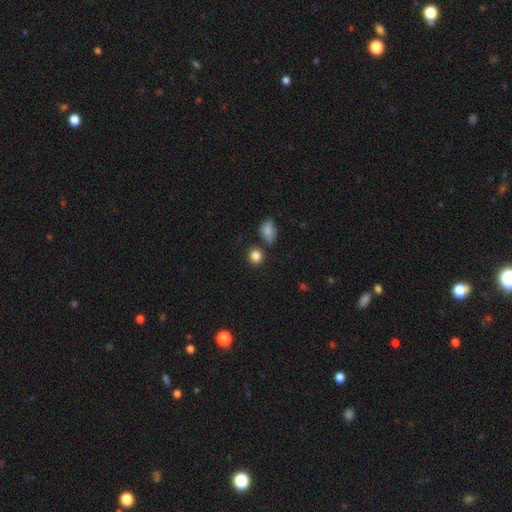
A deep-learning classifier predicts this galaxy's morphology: Smooth or featured?
  - smooth: 85% *
  - star or artifact: 10%
  - featured or disk: 4%
How rounded?
  - round: 77% *
  - in between: 22%
  - cigar-shaped: 1%
Merging?
  - none: 77% *
  - minor disturbance: 12%
  - merger: 9%
  - major disturbance: 3%